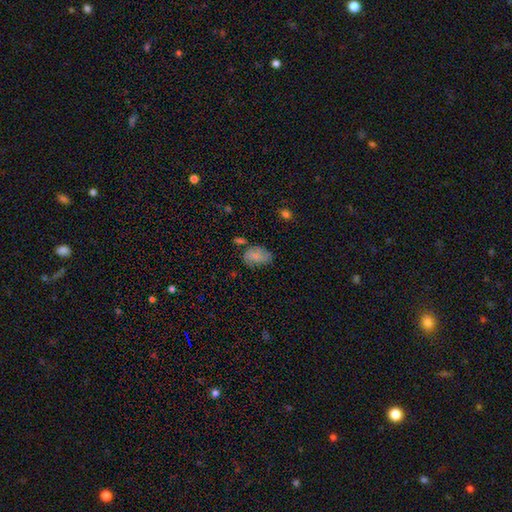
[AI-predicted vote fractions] smooth_or_featured: smooth (p=0.70) [alt: featured or disk p=0.20]
how_rounded: in between (p=0.84) [alt: round p=0.15]
merging: none (p=0.49) [alt: minor disturbance p=0.29]